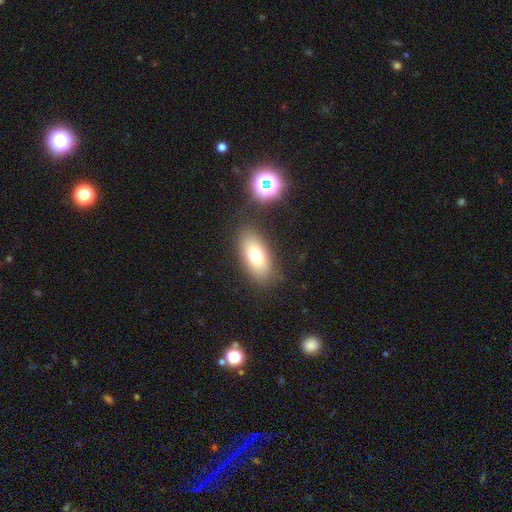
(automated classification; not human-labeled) smooth 72%, featured or disk 17%, star or artifact 11%. Down the decision tree: how rounded — in between (87%); merging — none (83%).